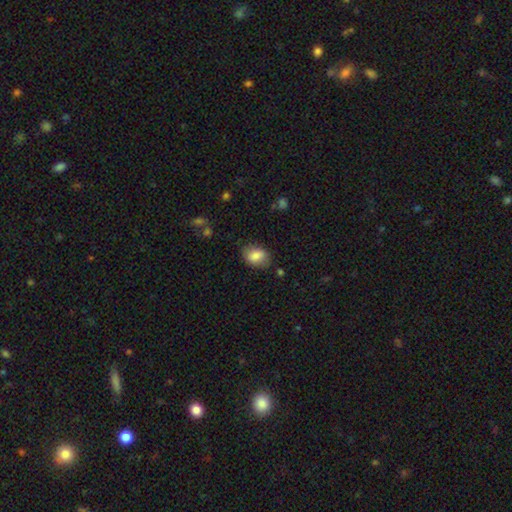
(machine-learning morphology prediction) smooth 82%, featured or disk 10%, star or artifact 8%. Down the decision tree: how rounded — in between (73%); merging — none (76%).